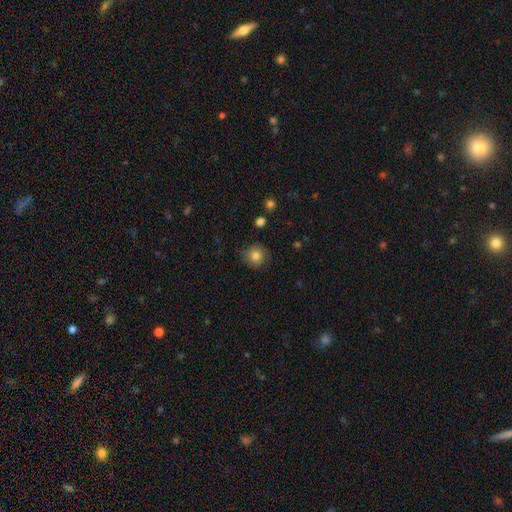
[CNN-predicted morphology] A smooth galaxy with no disk features (77%) that is round (91%). Merging: none (82%).